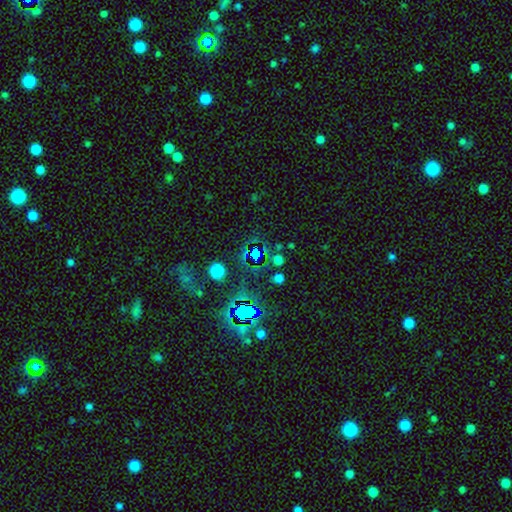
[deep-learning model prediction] Morphology: type=star or artifact (64%).